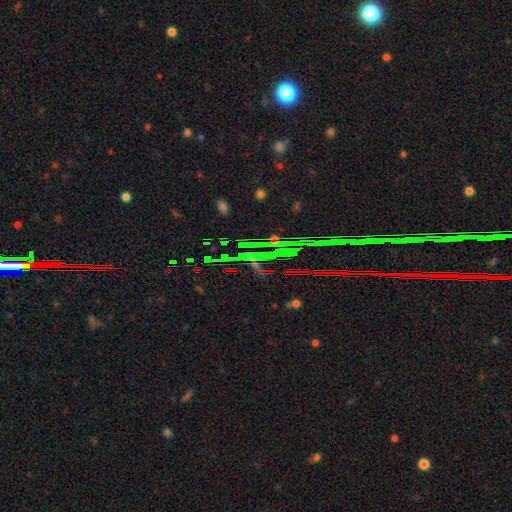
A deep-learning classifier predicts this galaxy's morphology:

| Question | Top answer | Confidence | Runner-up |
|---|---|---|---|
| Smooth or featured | star or artifact | 81% | smooth (10%) |